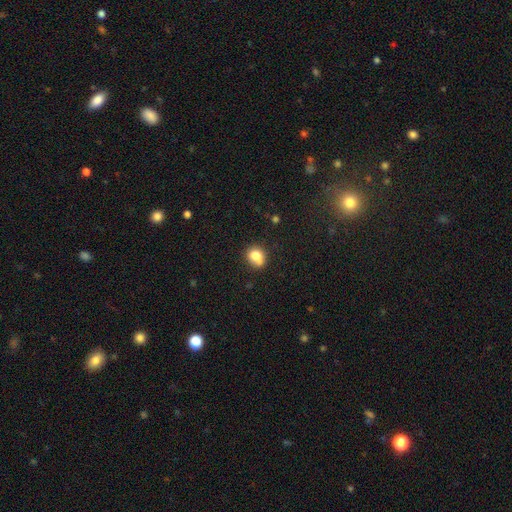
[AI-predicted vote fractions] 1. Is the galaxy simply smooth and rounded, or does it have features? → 79% smooth, 11% star or artifact, 10% featured or disk.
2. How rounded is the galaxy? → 73% round, 26% in between, 1% cigar-shaped.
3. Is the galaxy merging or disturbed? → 63% none, 22% minor disturbance, 10% merger, 5% major disturbance.